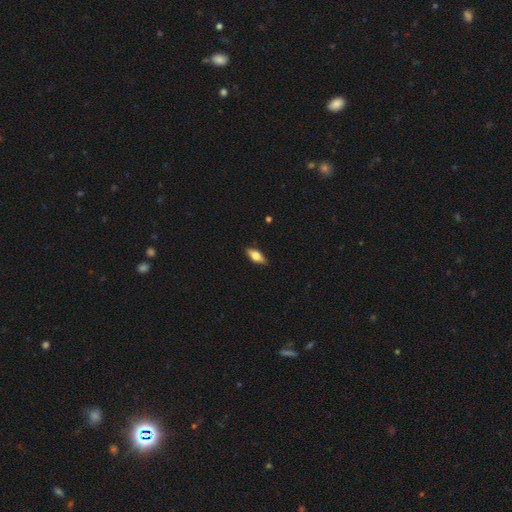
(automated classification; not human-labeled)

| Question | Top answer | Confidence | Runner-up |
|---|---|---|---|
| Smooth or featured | smooth | 65% | featured or disk (28%) |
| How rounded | in between | 80% | cigar-shaped (16%) |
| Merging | none | 86% | minor disturbance (11%) |